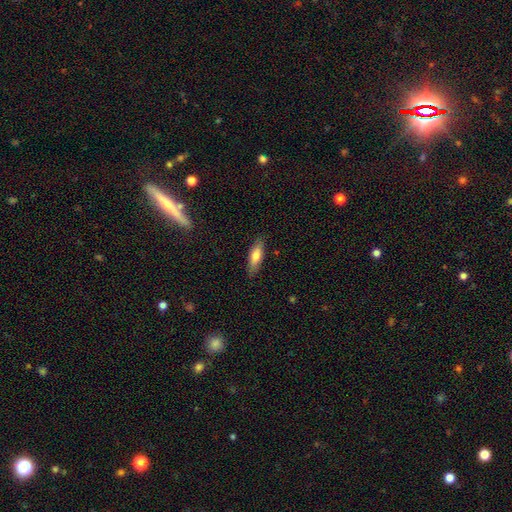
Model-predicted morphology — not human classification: Q: Smooth or featured?
A: smooth (70%); runner-up: featured or disk (24%)
Q: How rounded?
A: cigar-shaped (49%); tied with: in between (49%)
Q: Merging?
A: none (86%); runner-up: minor disturbance (11%)